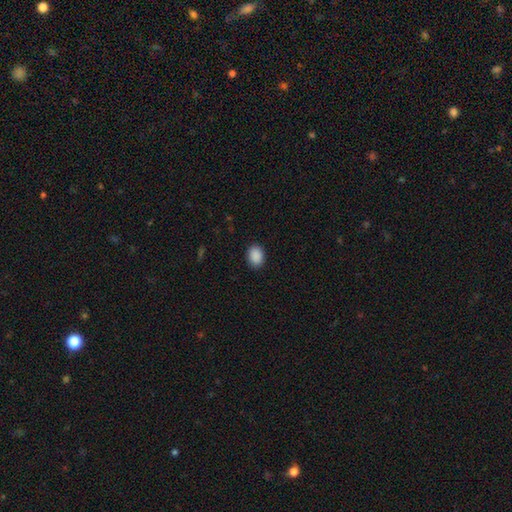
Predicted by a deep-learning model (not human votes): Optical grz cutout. It shows a smooth galaxy with no disk features (90%) that is in between round and cigar-shaped (68%). Merging: none (89%).